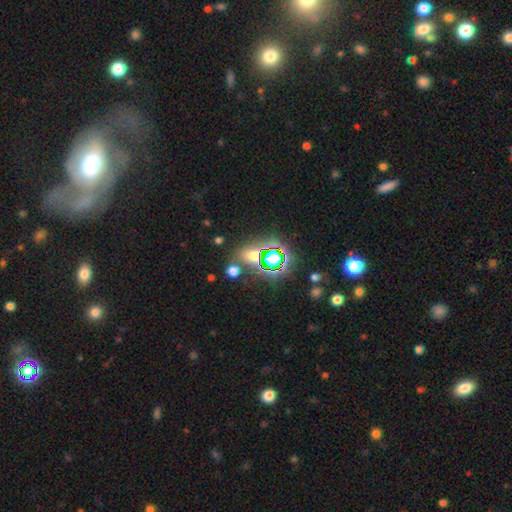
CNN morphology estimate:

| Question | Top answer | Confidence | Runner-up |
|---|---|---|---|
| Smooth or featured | star or artifact | 52% | smooth (39%) |